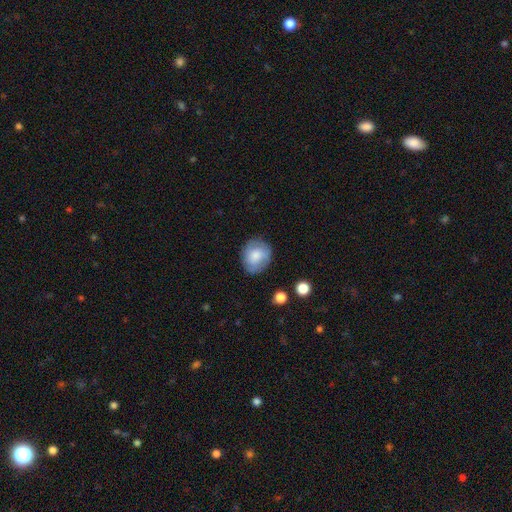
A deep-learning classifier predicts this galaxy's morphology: This appears to be a smooth galaxy with no disk features (71%) that is round (67%). Merging: none (77%).